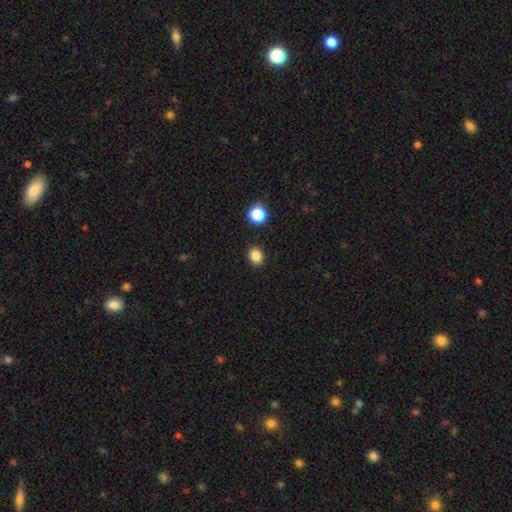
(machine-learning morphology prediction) The model was most divided on "how rounded": round: 55%, in between: 44%, cigar-shaped: 1%. More confident: merging — none (89%); smooth or featured — smooth (85%).